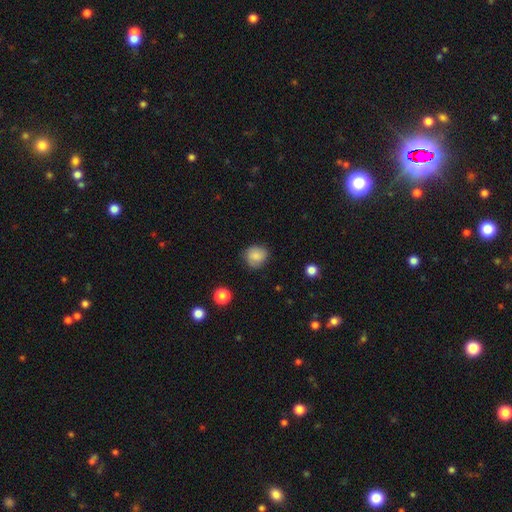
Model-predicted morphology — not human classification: smooth 82%, featured or disk 9%, star or artifact 9%. Down the decision tree: how rounded — round (81%); merging — none (77%).